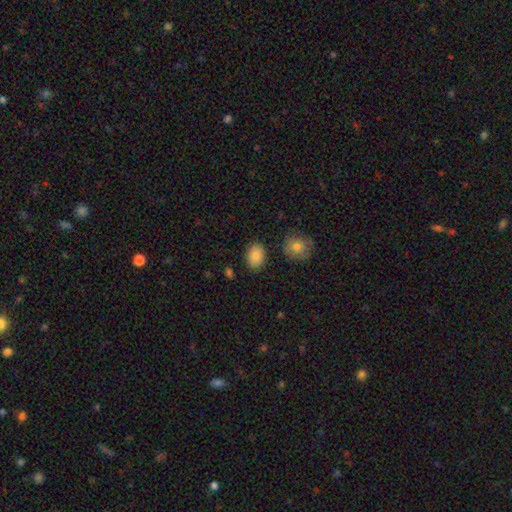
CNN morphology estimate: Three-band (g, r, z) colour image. It shows a smooth galaxy with no disk features (85%) that is in between round and cigar-shaped (76%). Merging: none (86%).